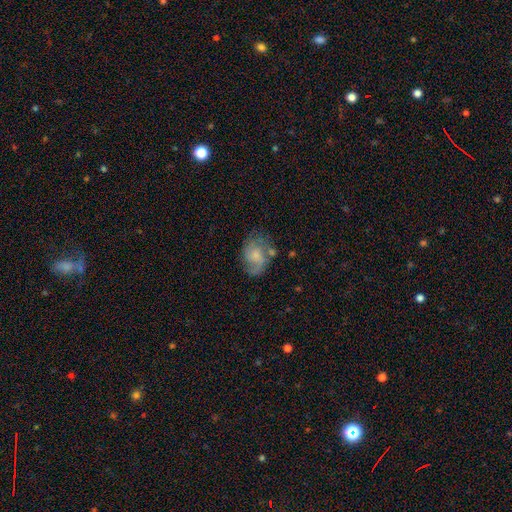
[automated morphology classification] This appears to be a featured or disk galaxy (55%) with no bar (70%), spiral arms (83%) and a small central bulge (46%). Merging: none (54%).